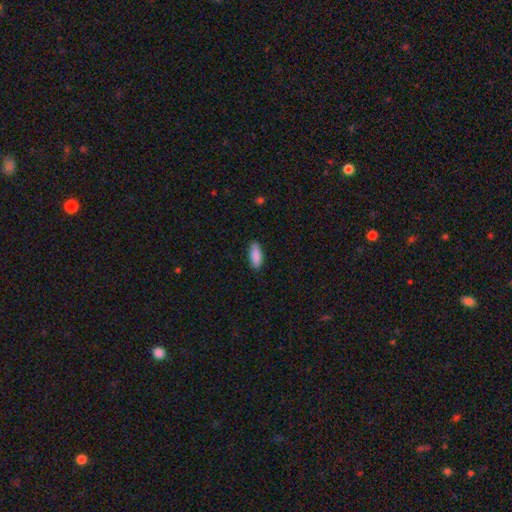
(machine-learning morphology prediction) type=smooth (90%); roundness=in between (76%); merging=none (87%).